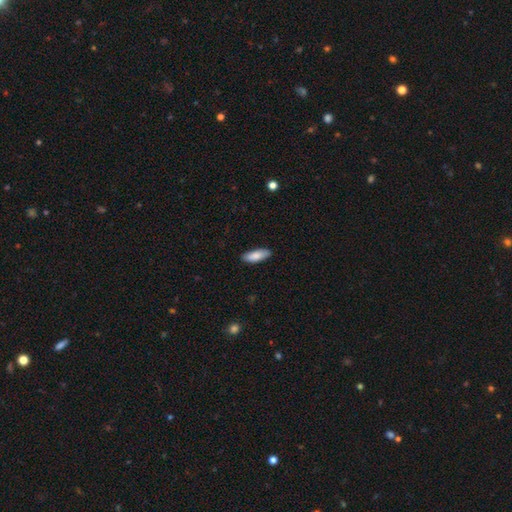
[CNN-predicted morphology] type=smooth (86%); roundness=in between (68%); merging=none (86%).